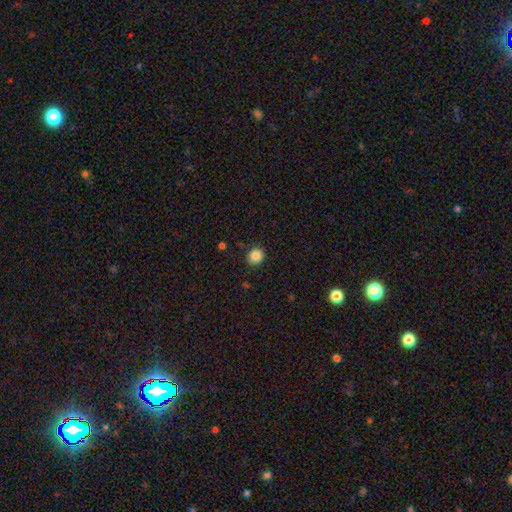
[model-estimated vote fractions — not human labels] Overall: smooth (86%). How rounded: round (85%). Merging: none (88%).